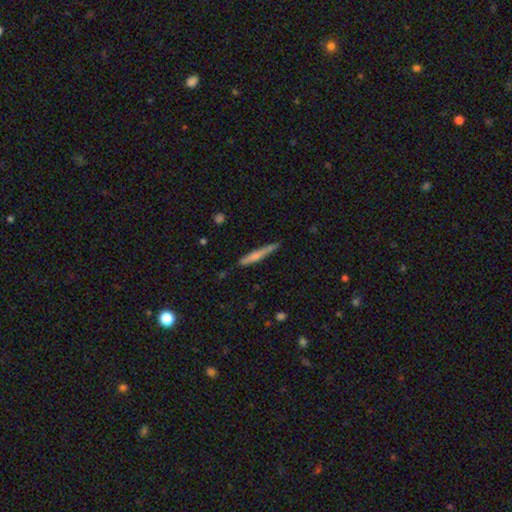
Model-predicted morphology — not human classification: Q: Smooth or featured?
A: smooth (62%); runner-up: featured or disk (32%)
Q: How rounded?
A: cigar-shaped (95%); runner-up: in between (4%)
Q: Merging?
A: none (79%); runner-up: minor disturbance (16%)